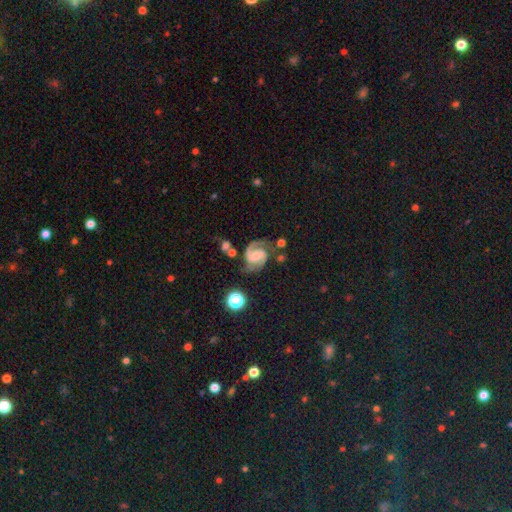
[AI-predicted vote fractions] smooth-or-featured: featured or disk: 89% | star or artifact: 6% | smooth: 5%
  disk-edge-on: no: 98% | yes: 2%
    bar: weak: 49% | no: 25% | strong: 25%
    has-spiral-arms: yes: 98% | no: 2%
      spiral-winding: medium: 61% | tight: 26% | loose: 13%
      spiral-arm-count: 2: 92% | can't tell: 2% | 1: 2% | 3: 2% | 4: 1% | more than 4: 1%
    bulge-size: small: 48% | moderate: 36% | none: 11% | large: 4% | dominant: 1%
  merging: none: 70% | minor disturbance: 17% | major disturbance: 8% | merger: 6%